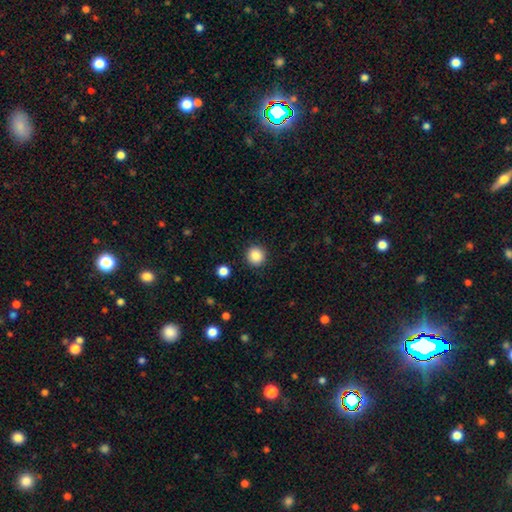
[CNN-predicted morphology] Smooth or featured? Predicted: smooth (p=0.87). How rounded? Predicted: round (p=0.94). Merging? Predicted: none (p=0.91).